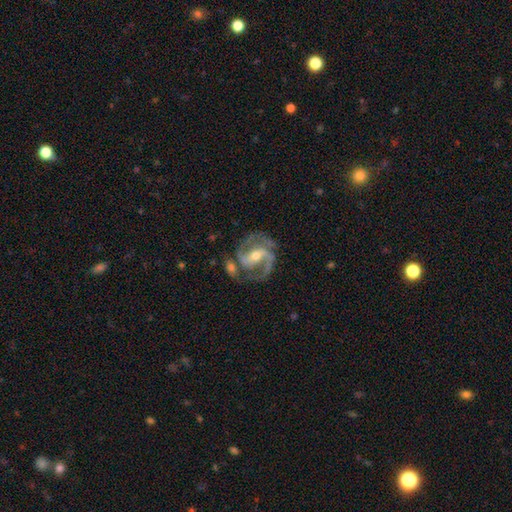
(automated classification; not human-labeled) Morphology: type=featured or disk (90%); edge-on=no (97%); bar=strong (49%); spiral arms=yes (97%); winding=medium (58%); arm count=2 (80%); bulge=moderate (54%); merging=none (65%).